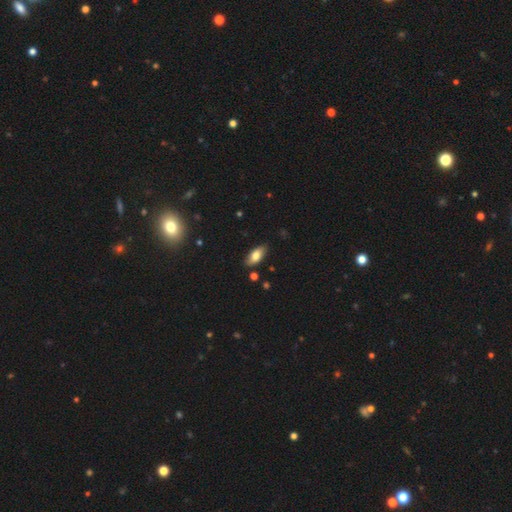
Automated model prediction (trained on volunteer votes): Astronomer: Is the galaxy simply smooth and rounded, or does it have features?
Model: smooth — 78%.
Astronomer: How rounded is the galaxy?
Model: in between — 89%.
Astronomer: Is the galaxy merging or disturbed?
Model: none — 85%.